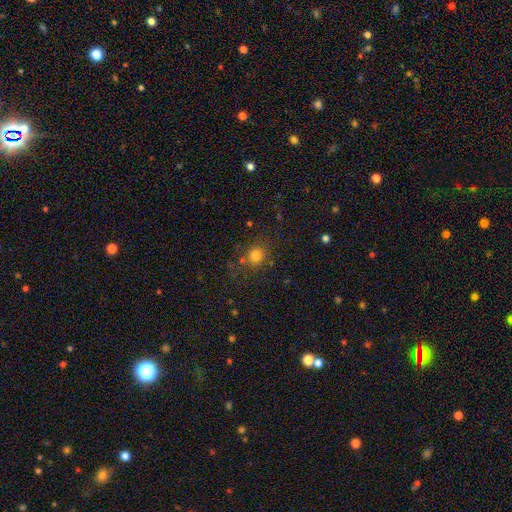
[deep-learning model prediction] The model was most divided on "merging": none: 73%, minor disturbance: 13%, merger: 7%, major disturbance: 7%. More confident: how rounded — round (82%); smooth or featured — smooth (78%).